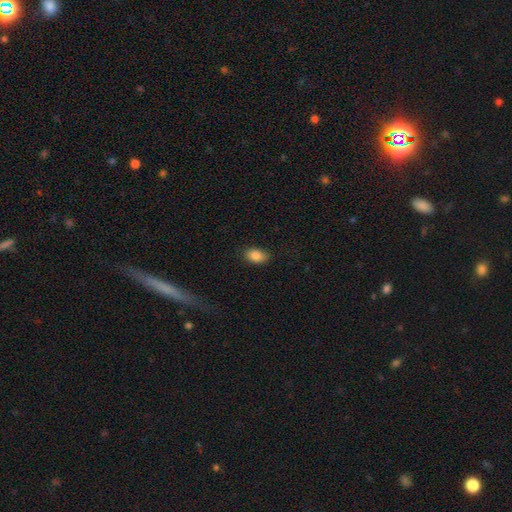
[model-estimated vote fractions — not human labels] Smooth or featured?
  - smooth: 86% *
  - star or artifact: 8%
  - featured or disk: 6%
How rounded?
  - in between: 88% *
  - round: 10%
  - cigar-shaped: 2%
Merging?
  - none: 86% *
  - minor disturbance: 11%
  - major disturbance: 2%
  - merger: 1%